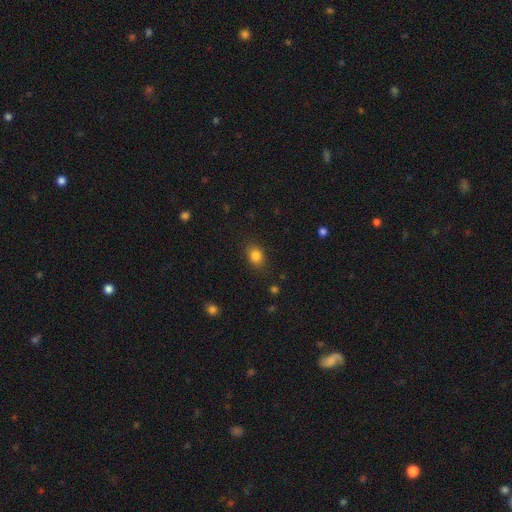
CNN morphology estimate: Smooth or featured? smooth (83%)
How rounded? in between (56%)
Merging? none (85%)